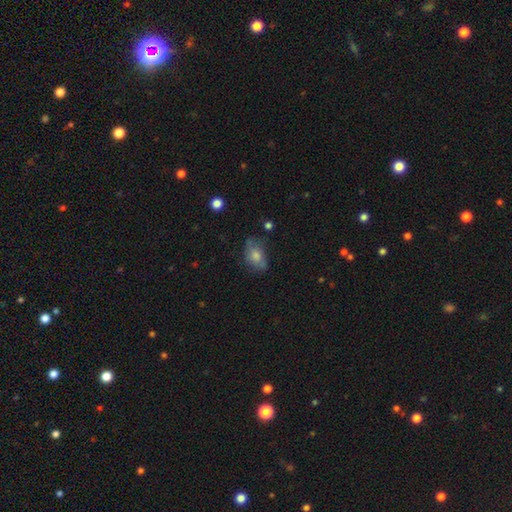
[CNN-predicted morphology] Smooth or featured: smooth — 71% (featured or disk — 20%)
How rounded: in between — 85% (round — 13%)
Merging: none — 53% (minor disturbance — 31%)